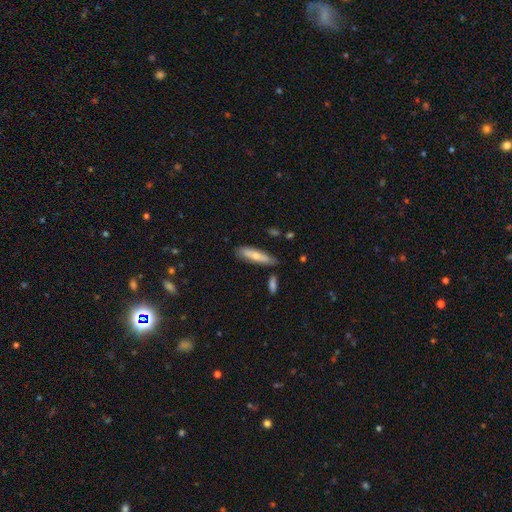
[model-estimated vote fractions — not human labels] Morphology: type=smooth (63%); roundness=cigar-shaped (73%); merging=none (79%).